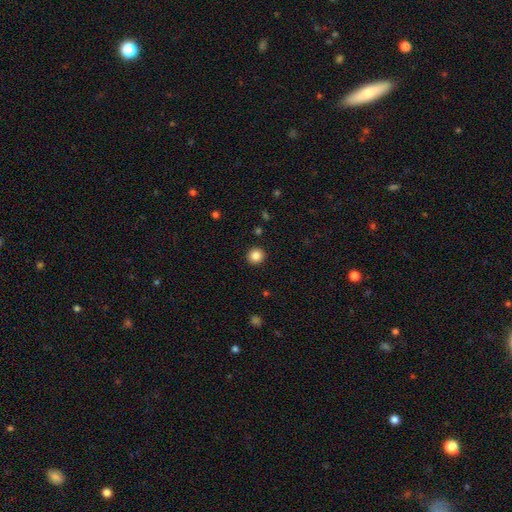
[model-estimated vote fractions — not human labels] Smooth or featured? Predicted: smooth (p=0.85). How rounded? Predicted: round (p=0.93). Merging? Predicted: none (p=0.93).